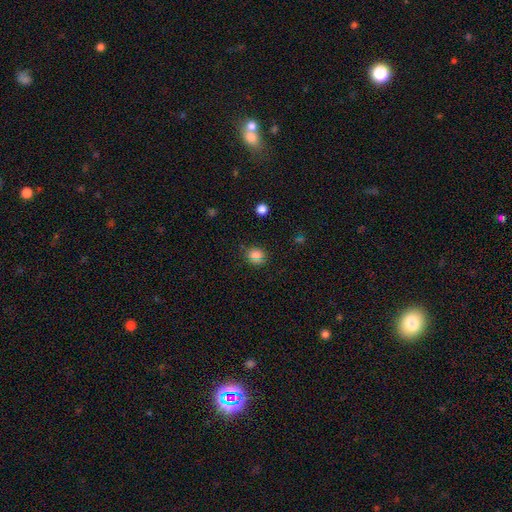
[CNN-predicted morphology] Overall: smooth (72%). How rounded: round (67%; in between 31%). Merging: none (82%).